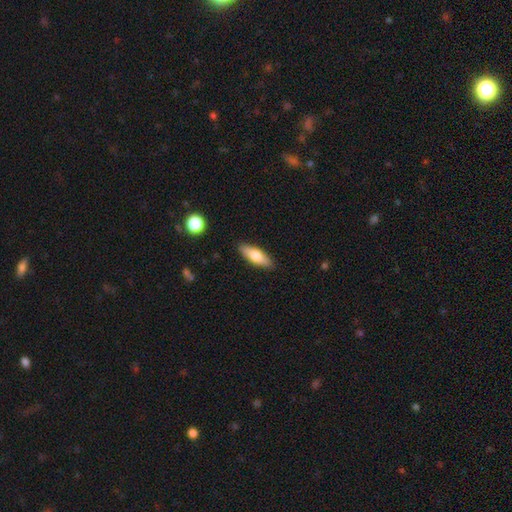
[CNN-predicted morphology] A smooth galaxy with no disk features (69%) that is in between round and cigar-shaped (56%).

Vote fractions:
- Smooth or featured? smooth: 69% / featured or disk: 25% / star or artifact: 6%
- How rounded? in between: 56% / cigar-shaped: 41% / round: 2%
- Merging? none: 88% / minor disturbance: 9% / major disturbance: 2% / merger: 1%